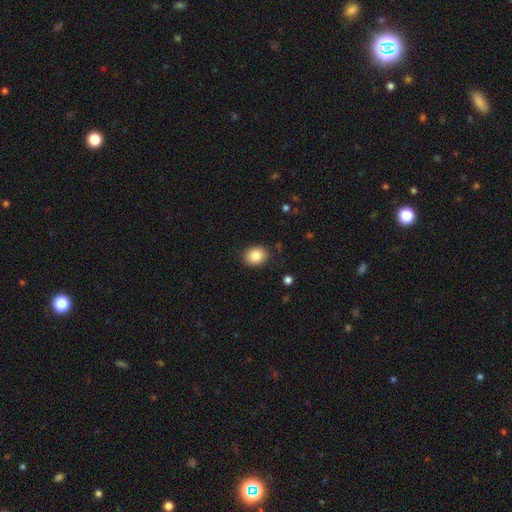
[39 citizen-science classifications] This appears to be a smooth galaxy with no disk features (79%) that is in between round and cigar-shaped (61%). Merging: none (69%).